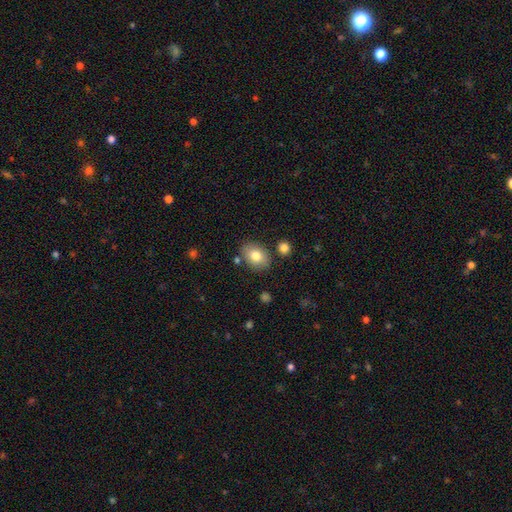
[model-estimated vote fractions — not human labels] A smooth galaxy with no disk features (80%) that is in between round and cigar-shaped (75%).

Vote fractions:
- Smooth or featured? smooth: 80% / featured or disk: 13% / star or artifact: 8%
- How rounded? in between: 75% / round: 24% / cigar-shaped: 1%
- Merging? none: 81% / minor disturbance: 12% / merger: 5% / major disturbance: 3%